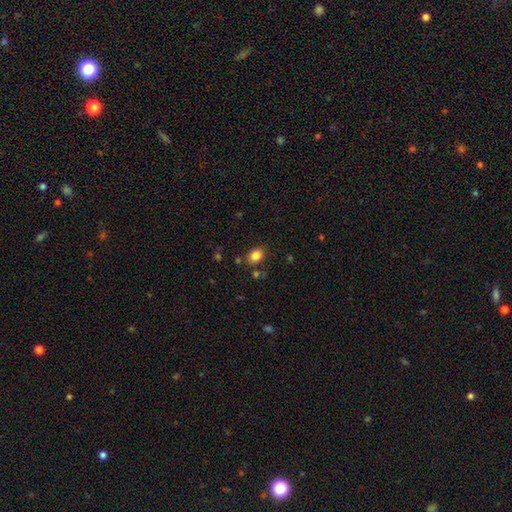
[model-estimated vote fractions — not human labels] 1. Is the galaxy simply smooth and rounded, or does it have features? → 83% smooth, 11% star or artifact, 6% featured or disk.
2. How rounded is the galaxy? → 58% in between, 41% round, 1% cigar-shaped.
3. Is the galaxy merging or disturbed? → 80% none, 12% minor disturbance, 5% merger, 3% major disturbance.